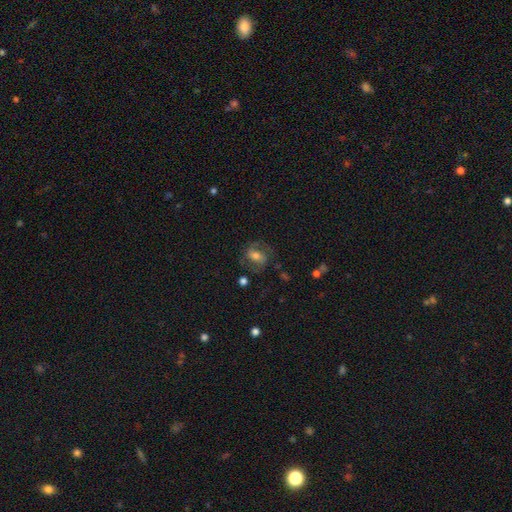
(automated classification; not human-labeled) The model was most divided on "smooth or featured": featured or disk: 52%, smooth: 38%, star or artifact: 10%. More confident: edge-on disk — no (95%); merging — none (64%).